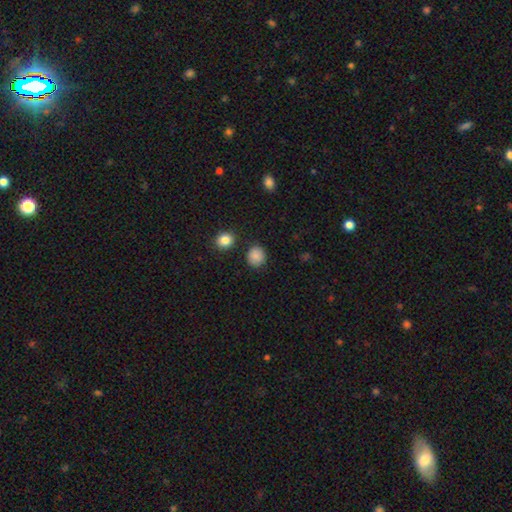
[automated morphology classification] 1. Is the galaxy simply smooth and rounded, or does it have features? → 86% smooth, 10% star or artifact, 4% featured or disk.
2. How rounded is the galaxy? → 86% round, 13% in between, 1% cigar-shaped.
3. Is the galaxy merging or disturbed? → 86% none, 9% minor disturbance, 3% merger, 3% major disturbance.